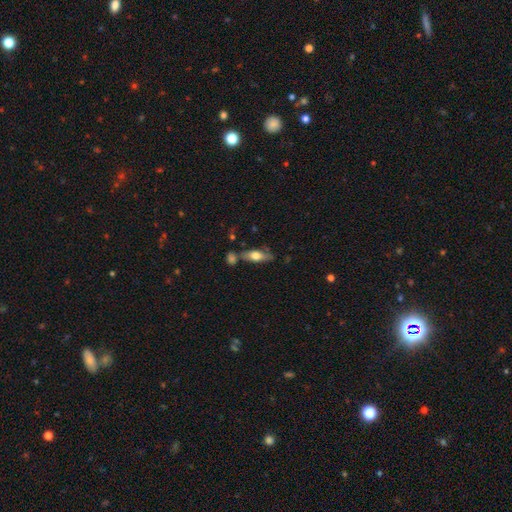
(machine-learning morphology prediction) smooth-or-featured: smooth: 60% | featured or disk: 34% | star or artifact: 7%
  how-rounded: in between: 66% | cigar-shaped: 30% | round: 4%
  merging: none: 62% | minor disturbance: 17% | merger: 16% | major disturbance: 5%